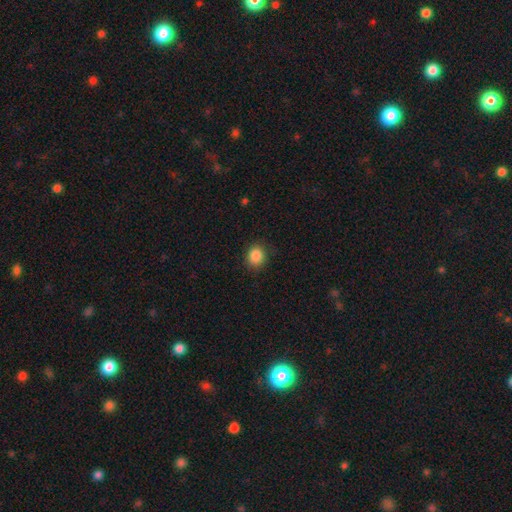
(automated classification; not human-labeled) smooth_or_featured: smooth (p=0.87) [alt: star or artifact p=0.10]
how_rounded: round (p=0.72) [alt: in between p=0.27]
merging: none (p=0.87) [alt: minor disturbance p=0.09]